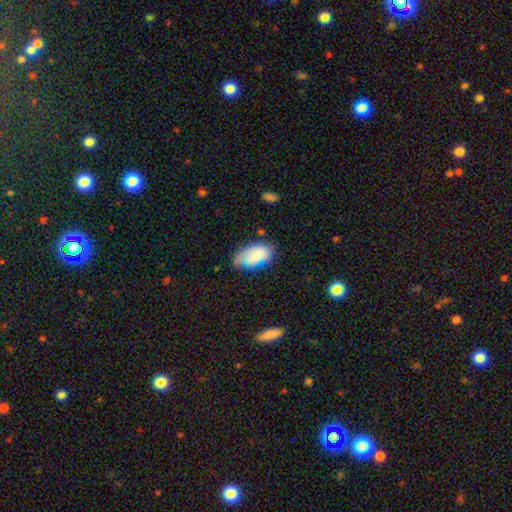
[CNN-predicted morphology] Smooth or featured?
  - smooth: 81% *
  - featured or disk: 11%
  - star or artifact: 8%
How rounded?
  - in between: 94% *
  - round: 4%
  - cigar-shaped: 2%
Merging?
  - none: 59% *
  - minor disturbance: 29%
  - major disturbance: 8%
  - merger: 4%